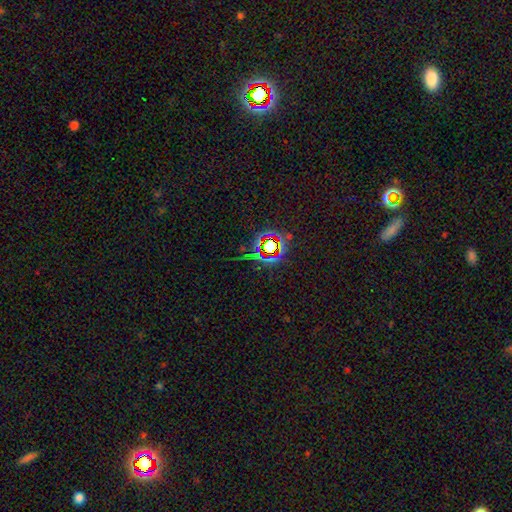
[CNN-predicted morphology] star or artifact 72%, smooth 16%, featured or disk 12%.